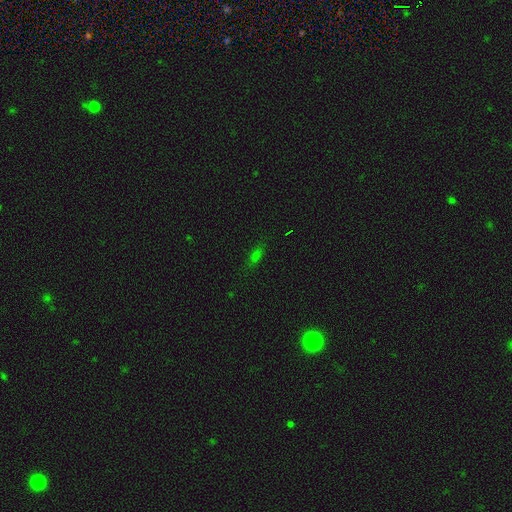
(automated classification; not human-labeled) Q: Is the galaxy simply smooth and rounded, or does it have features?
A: smooth — 66%.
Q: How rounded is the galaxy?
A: in between — 64%.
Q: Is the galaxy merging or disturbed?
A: none — 82%.